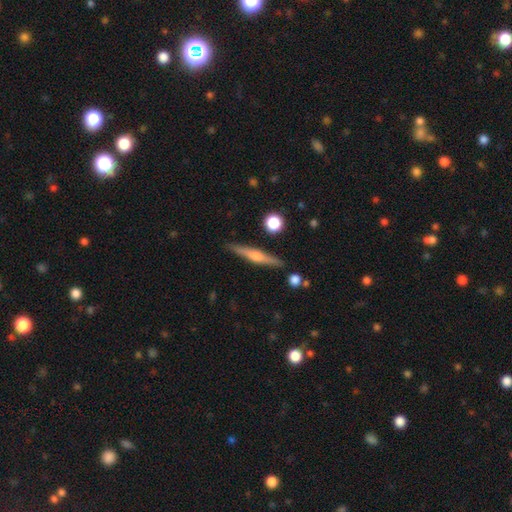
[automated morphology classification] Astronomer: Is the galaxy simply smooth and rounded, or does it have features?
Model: featured or disk — 67%.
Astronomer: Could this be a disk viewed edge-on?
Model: yes — 97%.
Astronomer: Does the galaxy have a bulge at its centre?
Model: rounded — 82%.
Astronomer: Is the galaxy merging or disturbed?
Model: none — 89%.